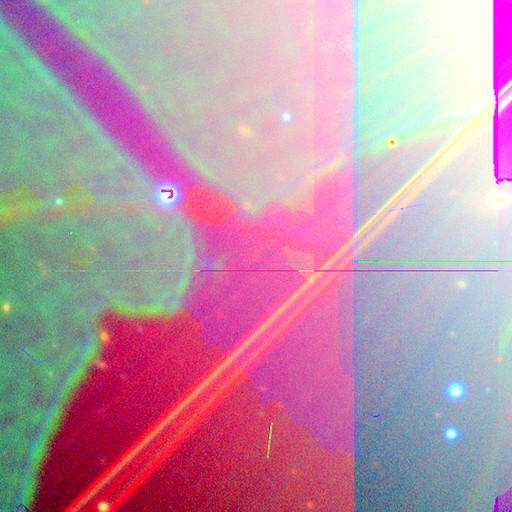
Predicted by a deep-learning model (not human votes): Morphology: type=star or artifact (89%).